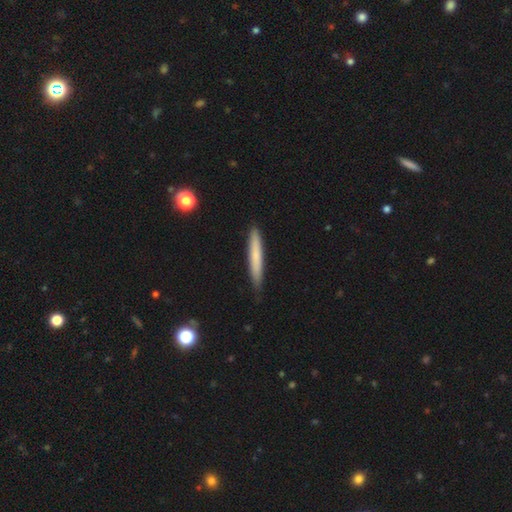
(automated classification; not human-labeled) Smooth or featured: smooth — 70% (featured or disk — 24%)
How rounded: cigar-shaped — 95% (in between — 4%)
Merging: none — 85% (minor disturbance — 12%)